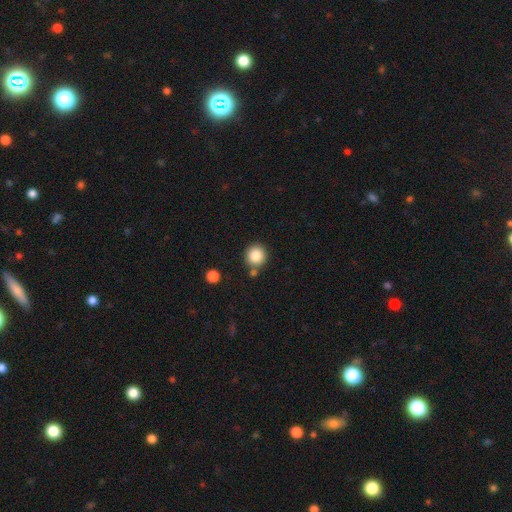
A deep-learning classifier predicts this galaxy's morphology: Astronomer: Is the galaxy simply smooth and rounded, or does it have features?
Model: smooth — 85%.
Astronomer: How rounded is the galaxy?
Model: round — 93%.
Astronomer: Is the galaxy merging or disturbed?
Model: none — 77%.